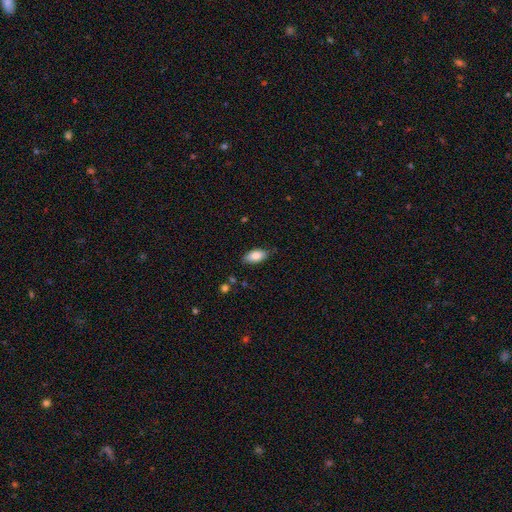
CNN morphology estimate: The model was most divided on "merging": none: 78%, minor disturbance: 17%, major disturbance: 3%, merger: 2%. More confident: how rounded — in between (91%); smooth or featured — smooth (83%).